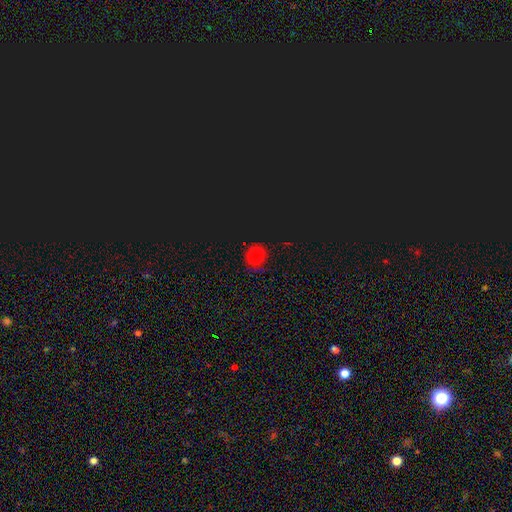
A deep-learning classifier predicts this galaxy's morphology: type=smooth (64%); roundness=round (84%); merging=none (84%).